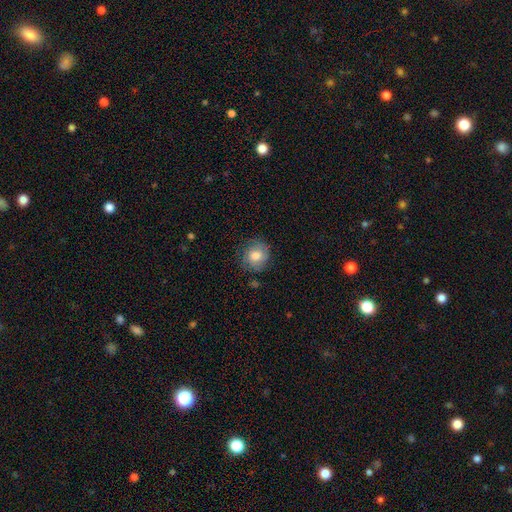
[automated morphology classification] Overall: smooth (76%). How rounded: round (82%). Merging: none (76%).